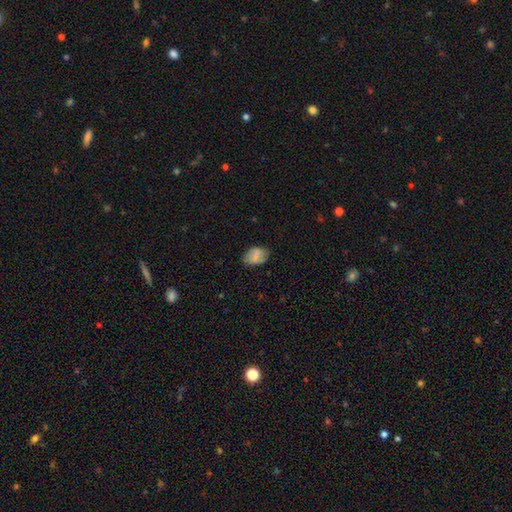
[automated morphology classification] Smooth or featured? Predicted: smooth (p=0.75). How rounded? Predicted: in between (p=0.81). Merging? Predicted: none (p=0.73).